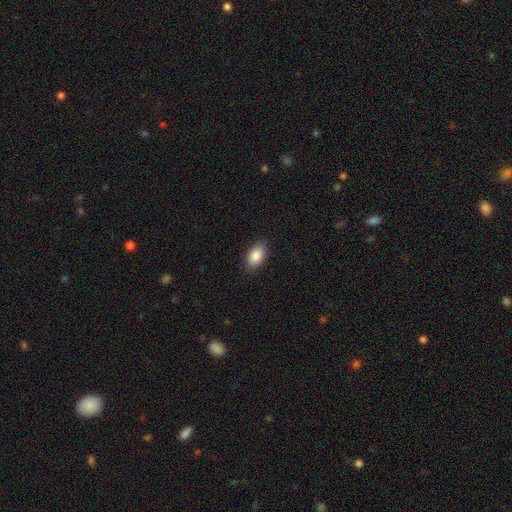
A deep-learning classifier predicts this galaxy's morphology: type=smooth (87%); roundness=in between (92%); merging=none (87%).